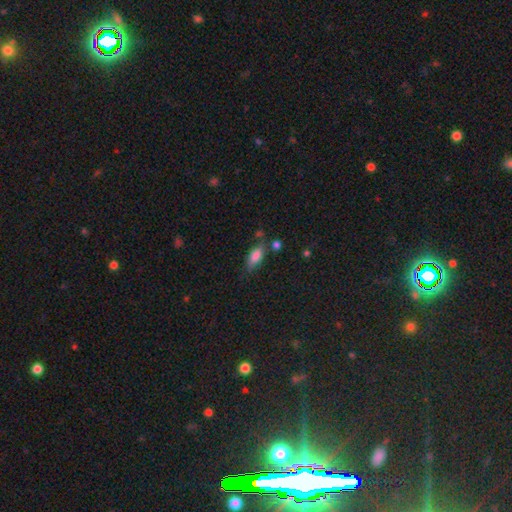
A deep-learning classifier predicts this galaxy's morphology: Smooth or featured: smooth — 79% (featured or disk — 13%)
How rounded: in between — 77% (cigar-shaped — 19%)
Merging: none — 63% (minor disturbance — 21%)